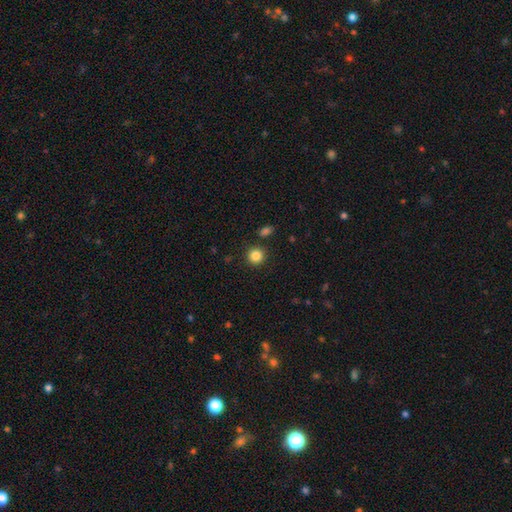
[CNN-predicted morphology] The model was most divided on "smooth or featured": smooth: 85%, star or artifact: 11%, featured or disk: 4%. More confident: how rounded — round (92%); merging — none (88%).